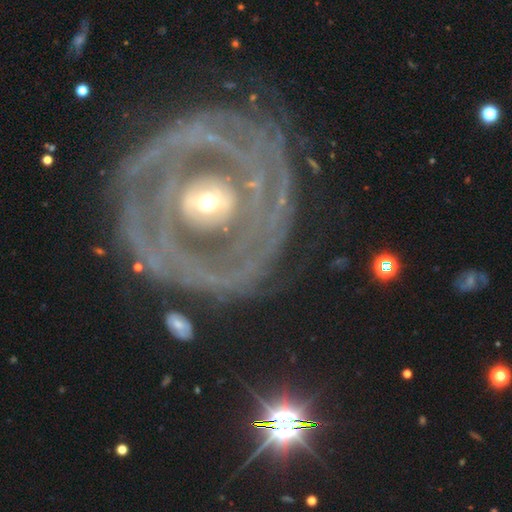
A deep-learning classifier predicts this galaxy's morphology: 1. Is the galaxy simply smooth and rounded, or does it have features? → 83% featured or disk, 11% smooth, 6% star or artifact.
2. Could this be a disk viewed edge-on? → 96% no, 4% yes.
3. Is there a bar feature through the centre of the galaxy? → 69% no, 18% weak, 13% strong.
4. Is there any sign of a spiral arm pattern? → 71% yes, 29% no.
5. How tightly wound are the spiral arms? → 76% tight, 17% medium, 7% loose.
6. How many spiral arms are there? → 39% can't tell, 22% 2, 12% 3, 9% more than 4, 9% 4, 8% 1.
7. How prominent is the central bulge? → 47% moderate, 40% small, 9% large, 2% dominant, 2% none.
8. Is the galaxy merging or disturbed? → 71% none, 16% minor disturbance, 11% major disturbance, 2% merger.